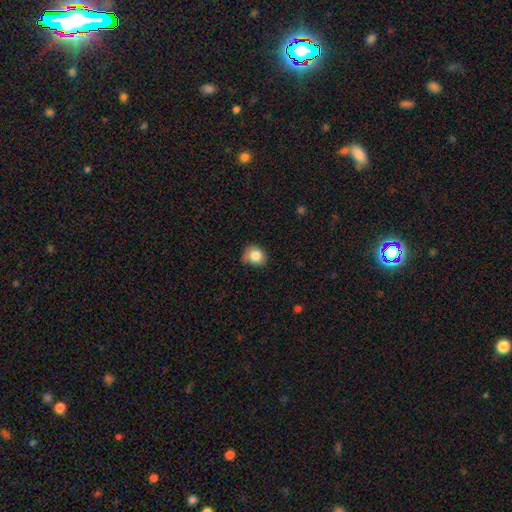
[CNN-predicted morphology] This is clearly a smooth galaxy (84%). How rounded: likely round (70%). Merging: likely none (69%).